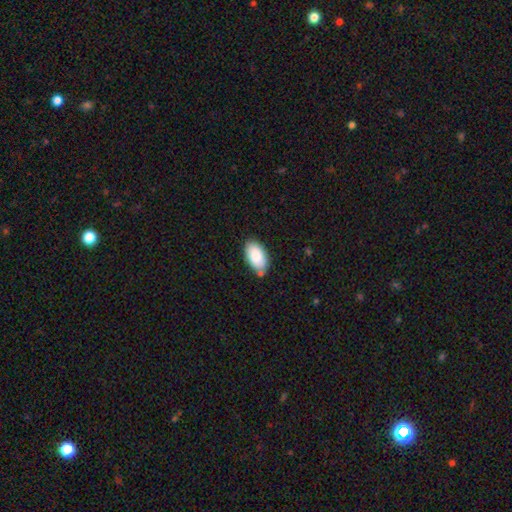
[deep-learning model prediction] Morphology: type=smooth (86%); roundness=in between (95%); merging=none (76%).